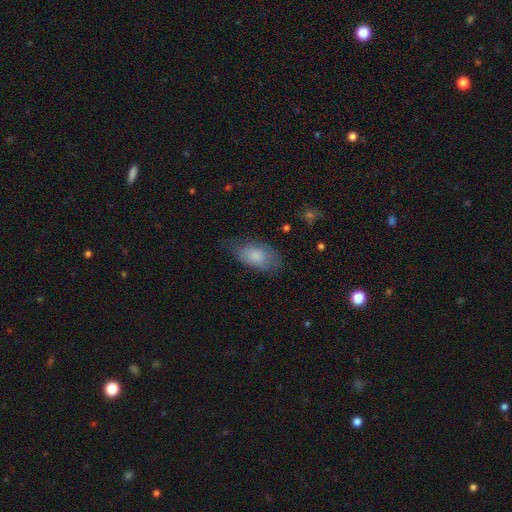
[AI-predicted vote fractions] smooth 79%, featured or disk 14%, star or artifact 7%. Down the decision tree: how rounded — in between (92%); merging — none (60%).